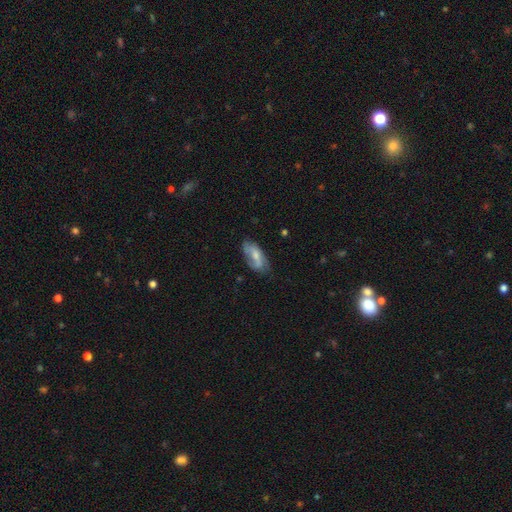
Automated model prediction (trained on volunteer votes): A smooth galaxy with no disk features (47%).

Vote fractions:
- Smooth or featured? smooth: 47% / featured or disk: 46% / star or artifact: 7%
- Merging? none: 55% / minor disturbance: 31% / major disturbance: 12% / merger: 2%